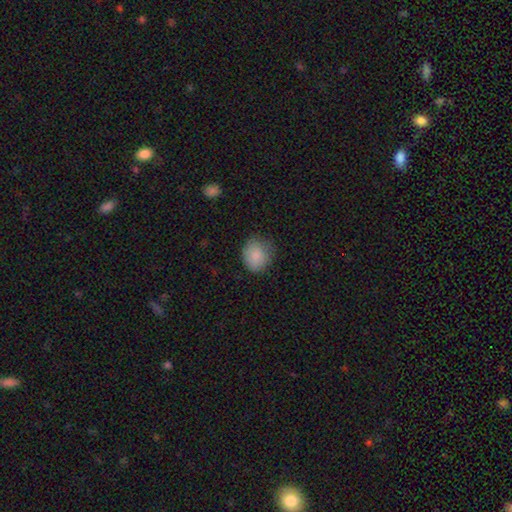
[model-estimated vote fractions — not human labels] The model was most divided on "merging": none: 68%, minor disturbance: 25%, major disturbance: 6%, merger: 1%. More confident: smooth or featured — smooth (86%); how rounded — round (71%).